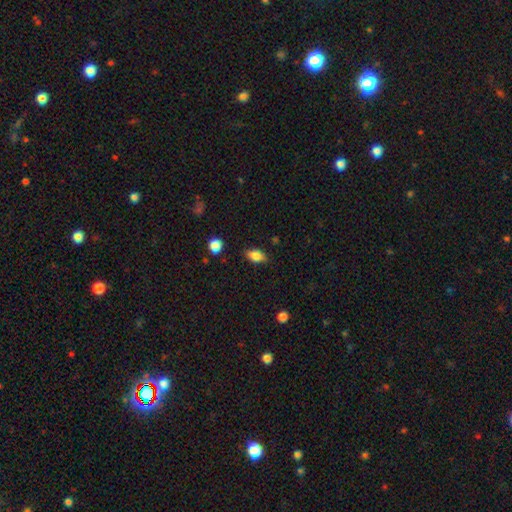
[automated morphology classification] smooth 81%, featured or disk 11%, star or artifact 8%. Down the decision tree: how rounded — in between (83%); merging — none (77%).